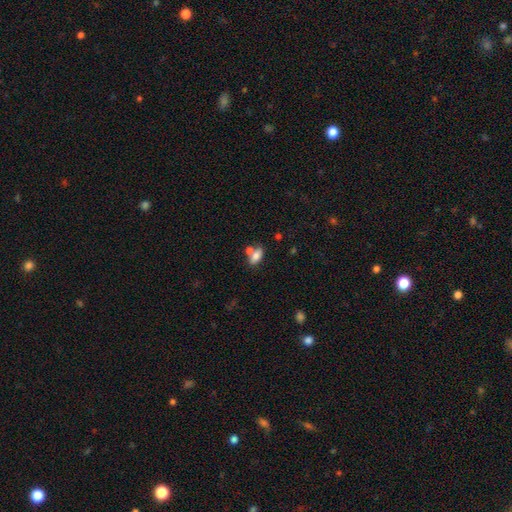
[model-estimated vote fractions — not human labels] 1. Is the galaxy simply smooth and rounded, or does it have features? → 77% smooth, 15% featured or disk, 8% star or artifact.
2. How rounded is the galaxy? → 87% in between, 8% cigar-shaped, 5% round.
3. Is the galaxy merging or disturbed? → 54% none, 28% merger, 13% minor disturbance, 4% major disturbance.